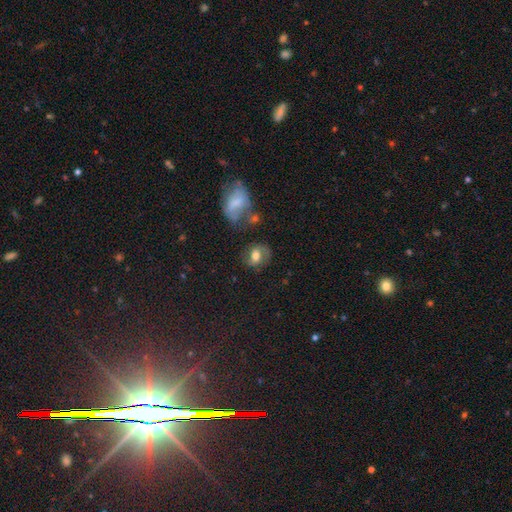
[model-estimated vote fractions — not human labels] Morphology: type=smooth (49%); merging=none (61%).